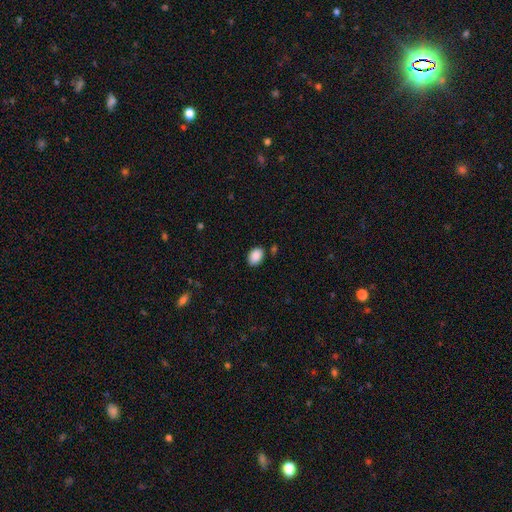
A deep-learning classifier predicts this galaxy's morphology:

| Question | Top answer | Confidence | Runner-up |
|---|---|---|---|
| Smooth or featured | smooth | 89% | star or artifact (7%) |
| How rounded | in between | 82% | round (17%) |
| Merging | none | 84% | minor disturbance (11%) |